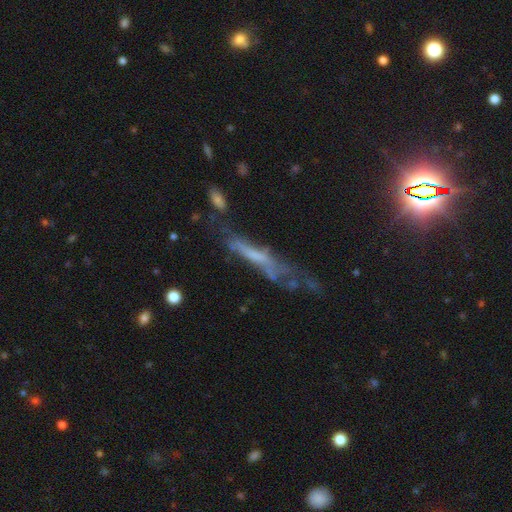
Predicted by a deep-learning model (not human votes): A featured or disk galaxy (54%) viewed edge-on (59%). Merging: none (37%).